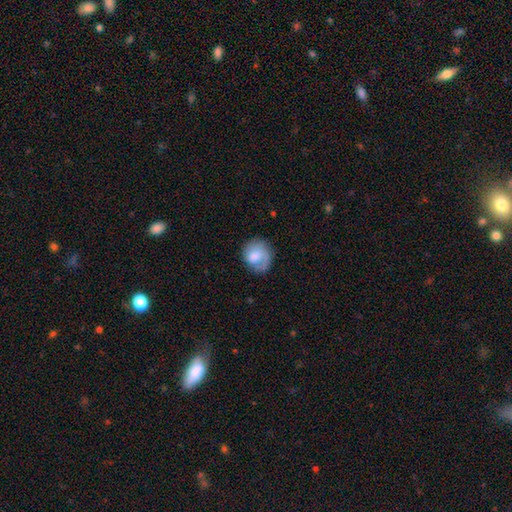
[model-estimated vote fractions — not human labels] Smooth or featured?
  - smooth: 68% *
  - featured or disk: 25%
  - star or artifact: 7%
How rounded?
  - round: 70% *
  - in between: 29%
  - cigar-shaped: 1%
Merging?
  - none: 63% *
  - minor disturbance: 23%
  - major disturbance: 12%
  - merger: 2%